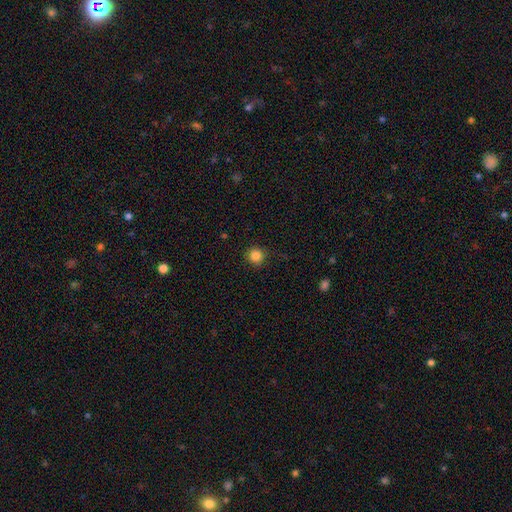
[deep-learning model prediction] A smooth galaxy with no disk features (85%) that is round (94%). Merging: none (89%).